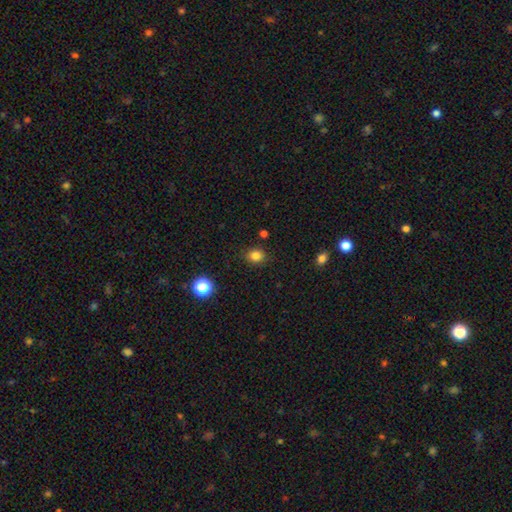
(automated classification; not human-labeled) Smooth or featured? Predicted: smooth (p=0.82). How rounded? Predicted: round (p=0.61). Merging? Predicted: none (p=0.86).